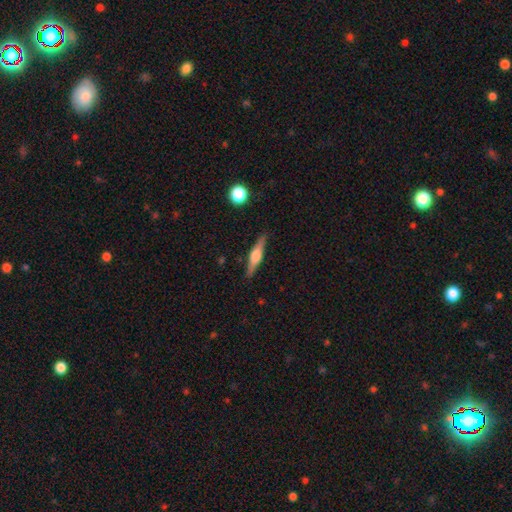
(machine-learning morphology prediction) The model was most divided on "smooth or featured": featured or disk: 67%, smooth: 27%, star or artifact: 6%. More confident: edge-on disk — yes (97%); edge-on bulge — rounded (90%); merging — none (89%).